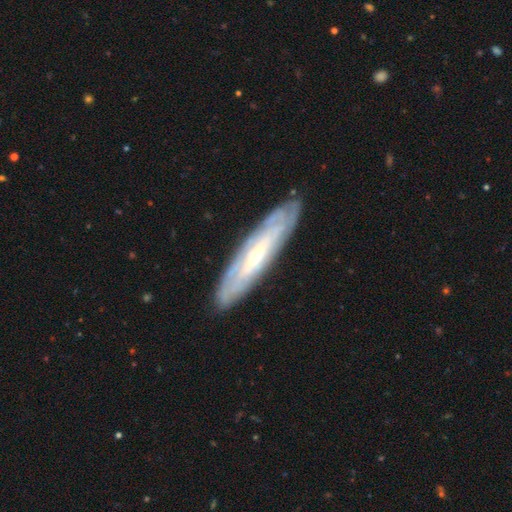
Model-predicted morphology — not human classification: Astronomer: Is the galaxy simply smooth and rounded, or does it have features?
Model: featured or disk — 75%.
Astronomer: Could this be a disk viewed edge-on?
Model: no — 58% (runner-up: yes, 42%).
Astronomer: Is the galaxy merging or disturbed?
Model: none — 86%.